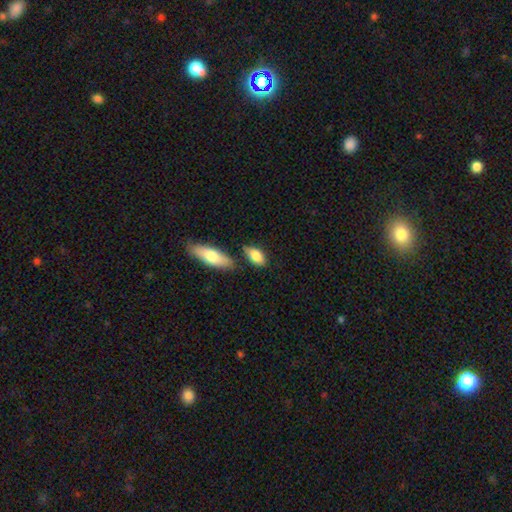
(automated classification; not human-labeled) This is clearly a smooth galaxy (83%). How rounded: clearly in between (87%). Merging: likely none (67%).